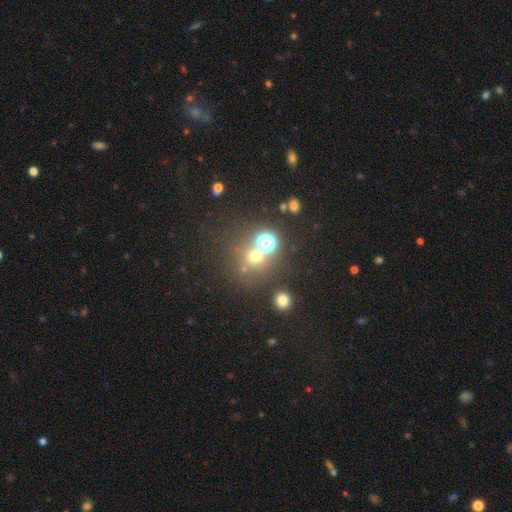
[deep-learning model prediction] smooth 60%, star or artifact 31%, featured or disk 9%. Down the decision tree: how rounded — round (88%); merging — none (68%).